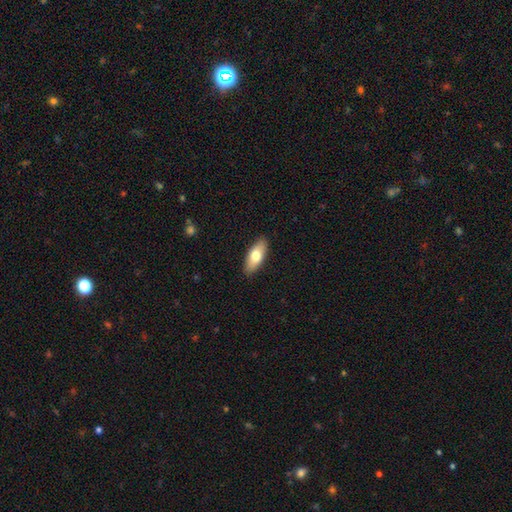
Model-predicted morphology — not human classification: Smooth or featured: smooth — 73% (featured or disk — 21%)
How rounded: in between — 80% (cigar-shaped — 18%)
Merging: none — 89% (minor disturbance — 8%)